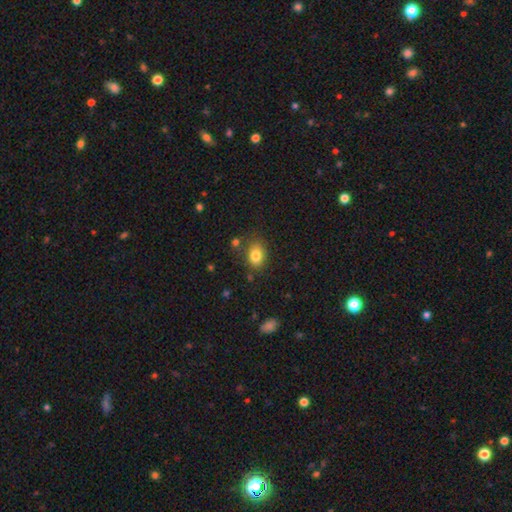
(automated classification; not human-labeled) Smooth or featured? Predicted: smooth (p=0.82). How rounded? Predicted: in between (p=0.73). Merging? Predicted: none (p=0.77).